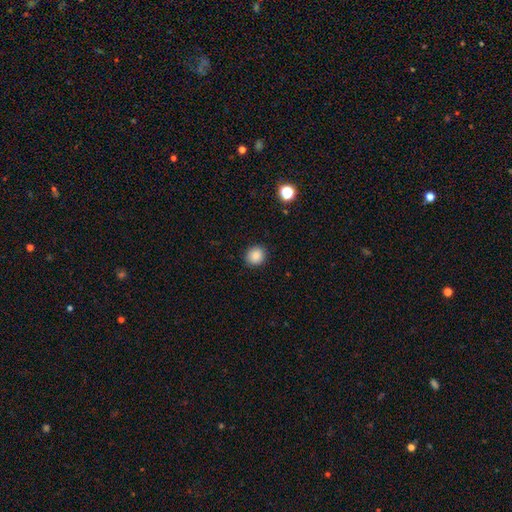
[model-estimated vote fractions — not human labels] A smooth galaxy with no disk features (86%) that is round (85%).

Vote fractions:
- Smooth or featured? smooth: 86% / star or artifact: 10% / featured or disk: 4%
- How rounded? round: 85% / in between: 14% / cigar-shaped: 1%
- Merging? none: 90% / minor disturbance: 7% / major disturbance: 2% / merger: 1%